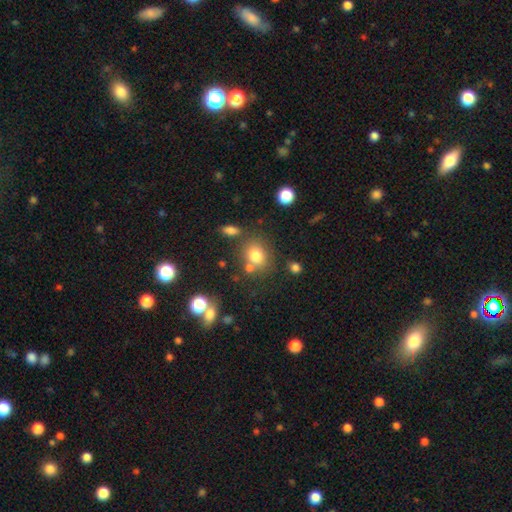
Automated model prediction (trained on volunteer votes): Overall: smooth (77%). How rounded: round (62%; in between 37%). Merging: none (67%).